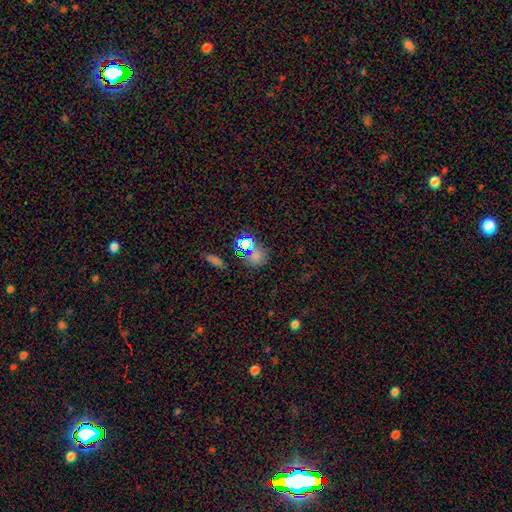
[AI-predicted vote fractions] smooth-or-featured: smooth: 57% | star or artifact: 36% | featured or disk: 8%
  how-rounded: round: 72% | in between: 26% | cigar-shaped: 2%
  merging: none: 72% | minor disturbance: 12% | merger: 9% | major disturbance: 6%